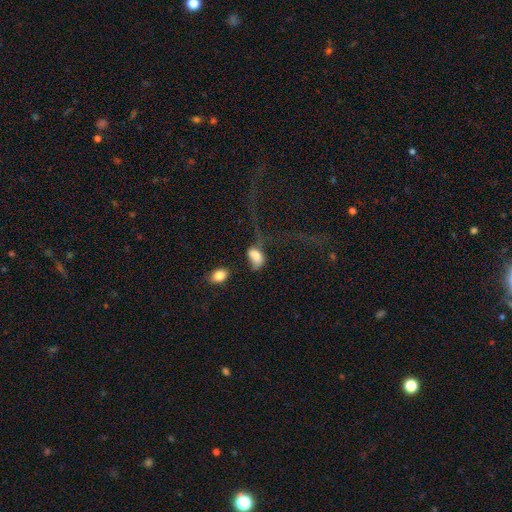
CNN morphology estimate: smooth-or-featured: smooth: 71% | featured or disk: 18% | star or artifact: 11%
  how-rounded: in between: 88% | round: 9% | cigar-shaped: 3%
  merging: major disturbance: 48% | none: 21% | minor disturbance: 17% | merger: 15%